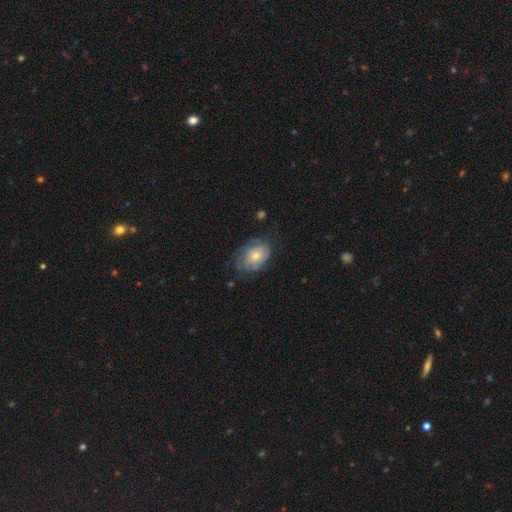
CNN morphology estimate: This is possibly a smooth galaxy (56%). How rounded: likely in between (78%). Merging: possibly none (56%).